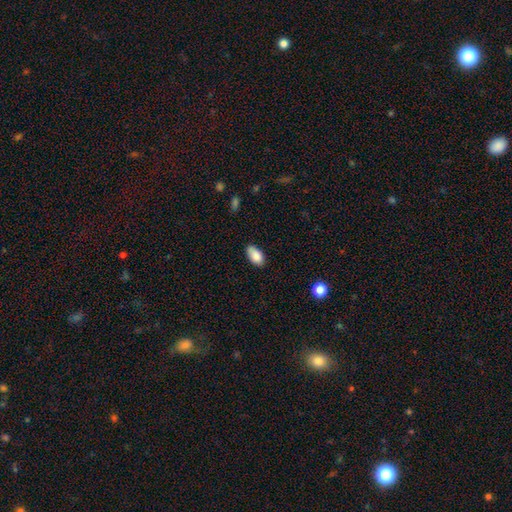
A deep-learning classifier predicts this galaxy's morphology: smooth-or-featured: smooth: 88% | star or artifact: 7% | featured or disk: 5%
  how-rounded: in between: 94% | round: 4% | cigar-shaped: 2%
  merging: none: 75% | minor disturbance: 20% | major disturbance: 3% | merger: 2%